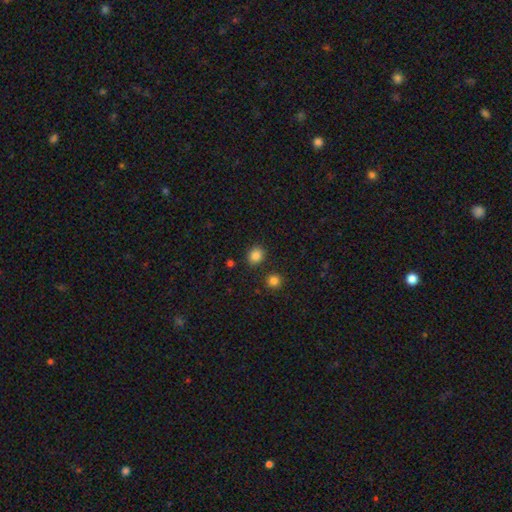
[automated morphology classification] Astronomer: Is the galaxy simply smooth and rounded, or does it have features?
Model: smooth — 85%.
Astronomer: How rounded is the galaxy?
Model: round — 75%.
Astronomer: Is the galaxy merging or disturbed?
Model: none — 87%.